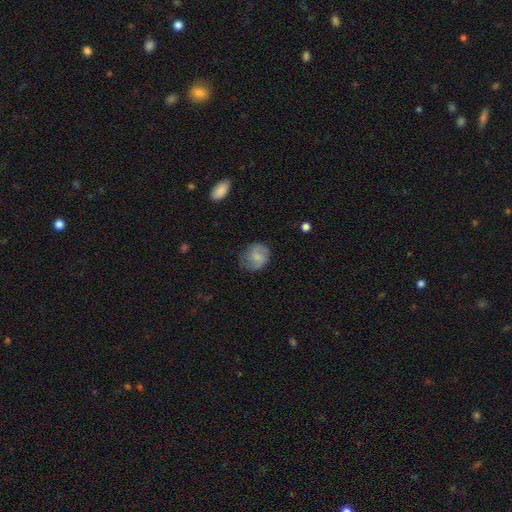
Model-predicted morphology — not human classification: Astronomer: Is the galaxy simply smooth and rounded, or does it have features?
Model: smooth — 57% (runner-up: featured or disk, 35%).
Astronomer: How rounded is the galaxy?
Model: round — 68%.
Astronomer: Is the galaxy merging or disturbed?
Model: none — 70%.